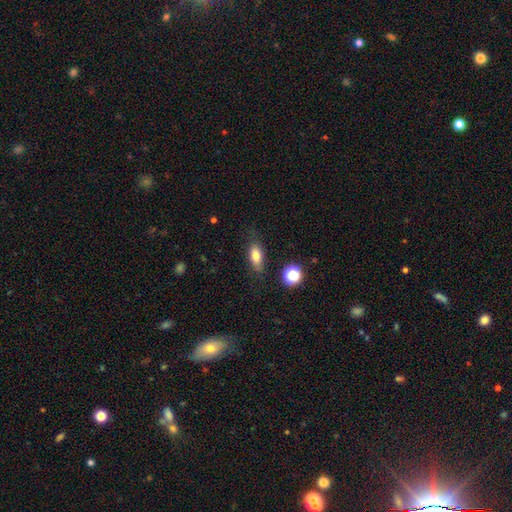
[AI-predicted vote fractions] smooth-or-featured: smooth: 76% | featured or disk: 14% | star or artifact: 10%
  how-rounded: in between: 74% | cigar-shaped: 19% | round: 8%
  merging: none: 75% | minor disturbance: 17% | major disturbance: 5% | merger: 2%